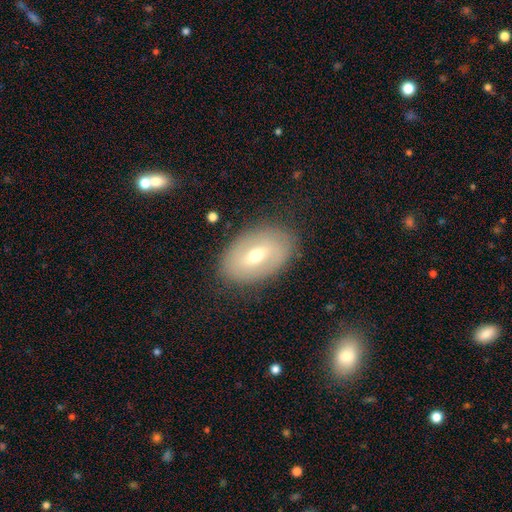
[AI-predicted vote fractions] smooth-or-featured: featured or disk: 50% | smooth: 42% | star or artifact: 8%
  merging: none: 83% | minor disturbance: 11% | major disturbance: 4% | merger: 1%